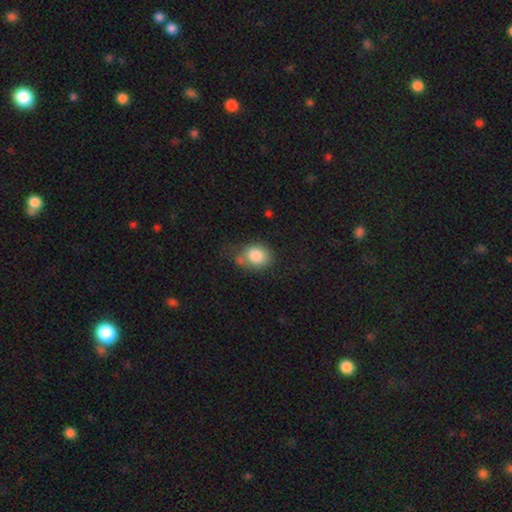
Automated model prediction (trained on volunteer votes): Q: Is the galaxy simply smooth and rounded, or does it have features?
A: smooth — 82%.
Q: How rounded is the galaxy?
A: round — 51%.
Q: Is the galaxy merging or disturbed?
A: none — 50%.